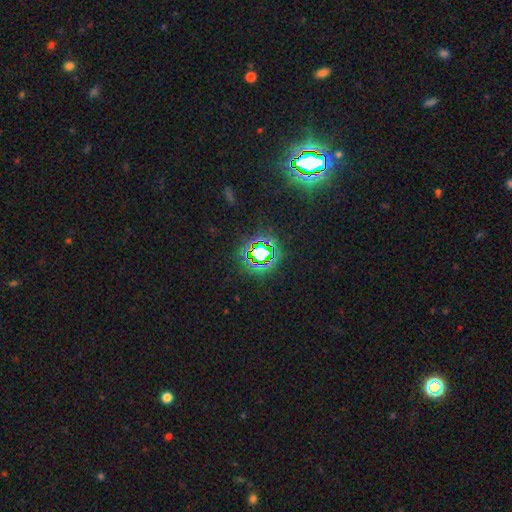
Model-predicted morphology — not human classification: type=star or artifact (77%).